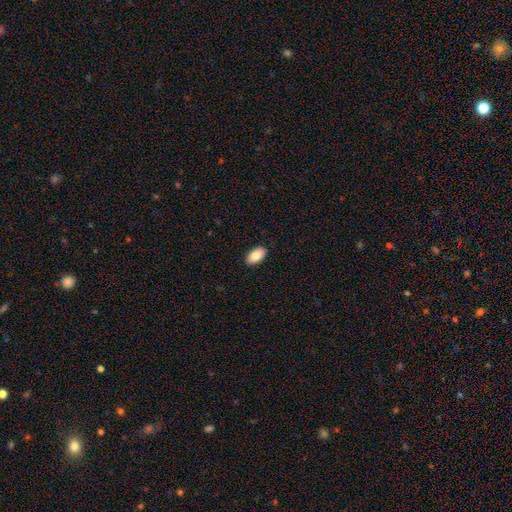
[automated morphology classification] Smooth or featured? Predicted: smooth (p=0.83). How rounded? Predicted: in between (p=0.94). Merging? Predicted: none (p=0.89).